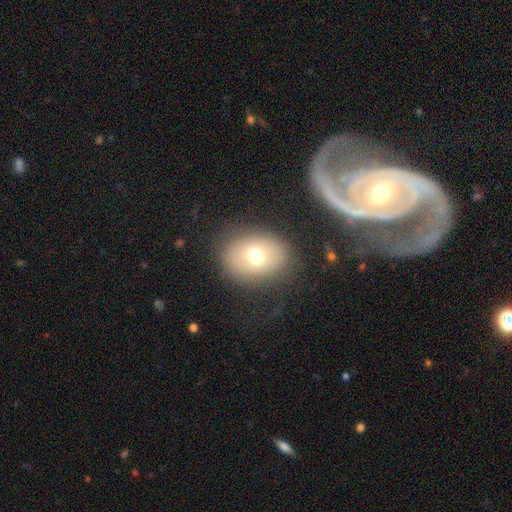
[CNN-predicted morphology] Smooth or featured: smooth — 68% (featured or disk — 19%)
How rounded: in between — 57% (round — 42%)
Merging: none — 77% (minor disturbance — 13%)